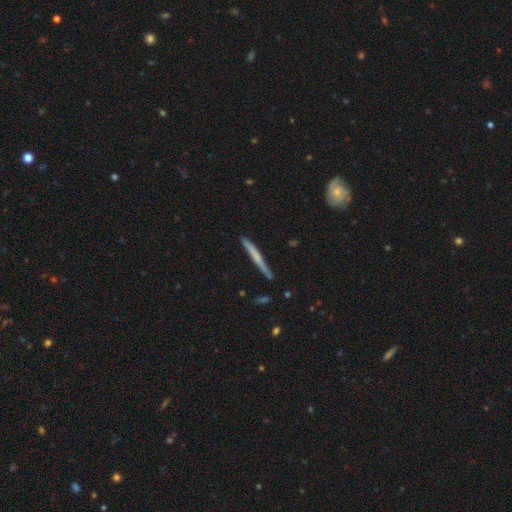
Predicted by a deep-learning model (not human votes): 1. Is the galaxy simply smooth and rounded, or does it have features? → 51% featured or disk, 44% smooth, 6% star or artifact.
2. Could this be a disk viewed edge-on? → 97% yes, 3% no.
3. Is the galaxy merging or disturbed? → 87% none, 10% minor disturbance, 2% merger, 2% major disturbance.